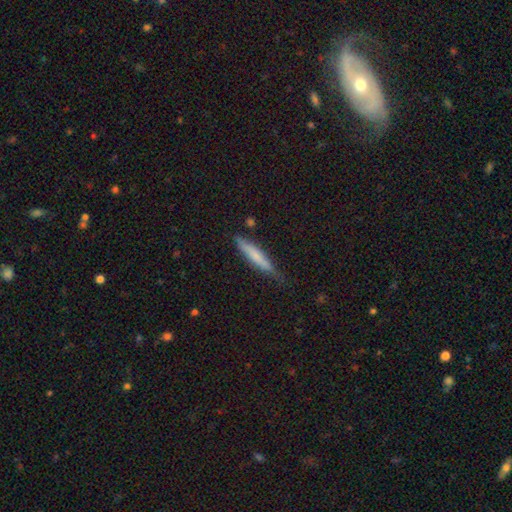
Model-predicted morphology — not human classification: A smooth galaxy with no disk features (64%) that is cigar-shaped (90%).

Vote fractions:
- Smooth or featured? smooth: 64% / featured or disk: 30% / star or artifact: 6%
- How rounded? cigar-shaped: 90% / in between: 8% / round: 1%
- Merging? none: 71% / minor disturbance: 23% / major disturbance: 4% / merger: 2%